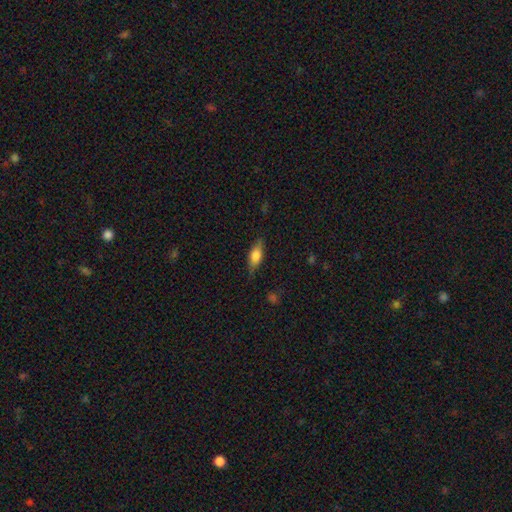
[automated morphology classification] This is likely a smooth galaxy (71%). How rounded: likely in between (74%). Merging: likely none (76%).